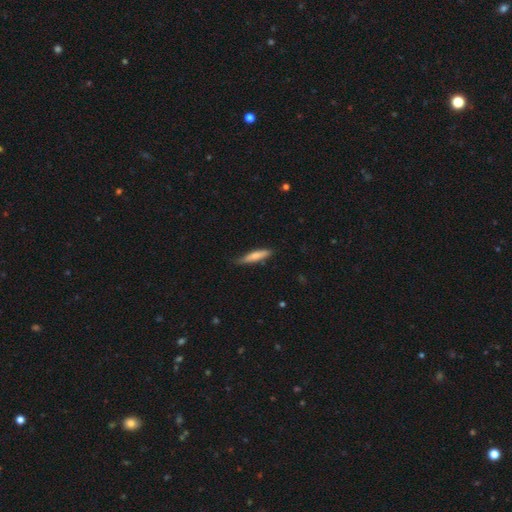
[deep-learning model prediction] Smooth or featured: smooth — 72% (featured or disk — 23%)
How rounded: cigar-shaped — 84% (in between — 14%)
Merging: none — 73% (minor disturbance — 22%)